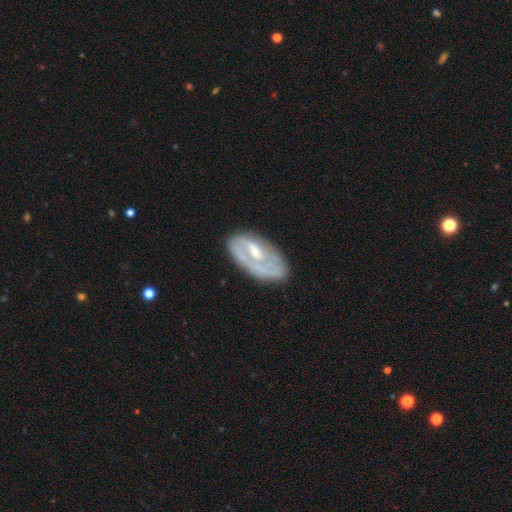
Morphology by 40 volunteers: Smooth or featured: featured or disk — 75% (smooth — 22%)
Edge-on disk: no — 80% (yes — 20%)
Bar: weak — 46% (no — 38%)
Spiral arms: yes — 62% (no — 38%)
Spiral winding: medium — 40% (tight — 33%)
Spiral arm count: 1 — 60% (2 — 13%)
Bulge size: moderate — 71% (small — 29%)
Merging: none — 67% (minor disturbance — 26%)